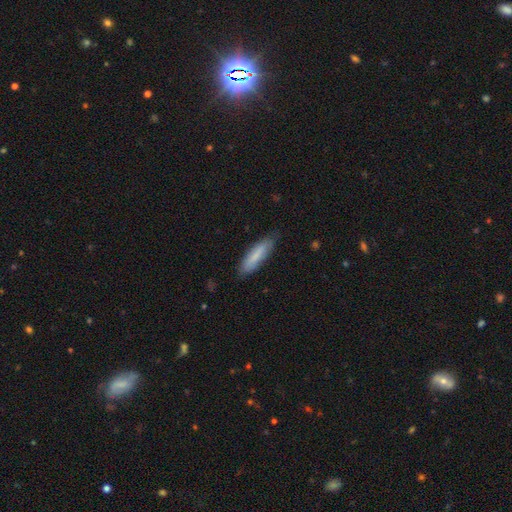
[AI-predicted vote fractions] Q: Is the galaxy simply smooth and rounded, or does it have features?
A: smooth — 79%.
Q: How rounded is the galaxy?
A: cigar-shaped — 65%.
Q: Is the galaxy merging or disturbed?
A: none — 80%.